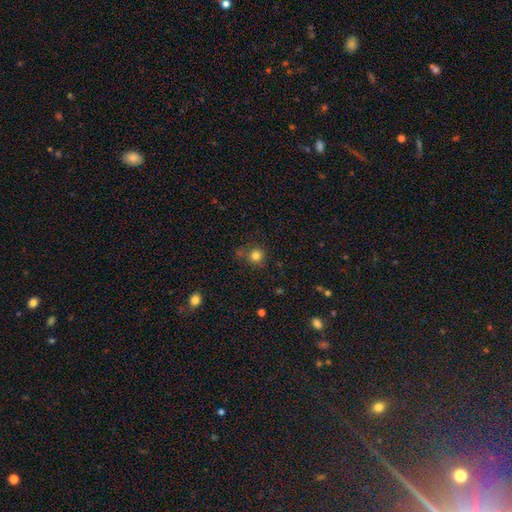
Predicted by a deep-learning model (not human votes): Overall: smooth (80%). How rounded: round (93%). Merging: none (76%).